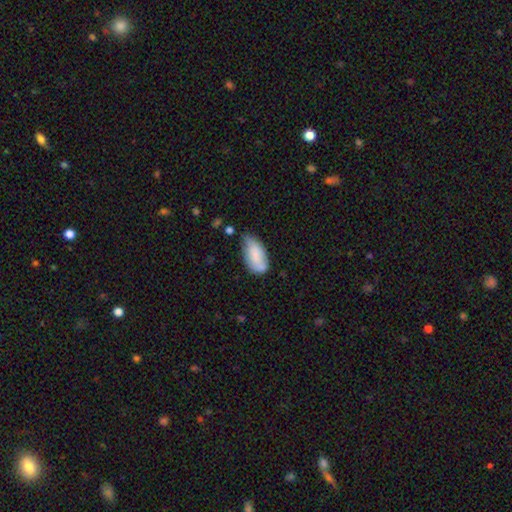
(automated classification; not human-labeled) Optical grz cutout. It shows a smooth galaxy with no disk features (75%) that is in between round and cigar-shaped (93%). Merging: none (48%).